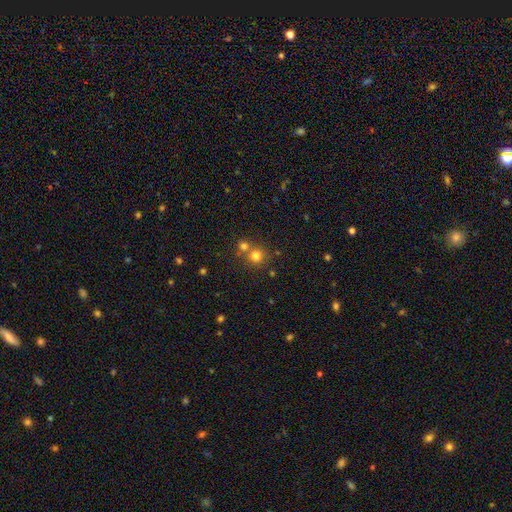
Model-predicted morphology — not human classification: The model was most divided on "merging": none: 59%, merger: 33%, minor disturbance: 6%, major disturbance: 3%. More confident: how rounded — round (90%); smooth or featured — smooth (75%).